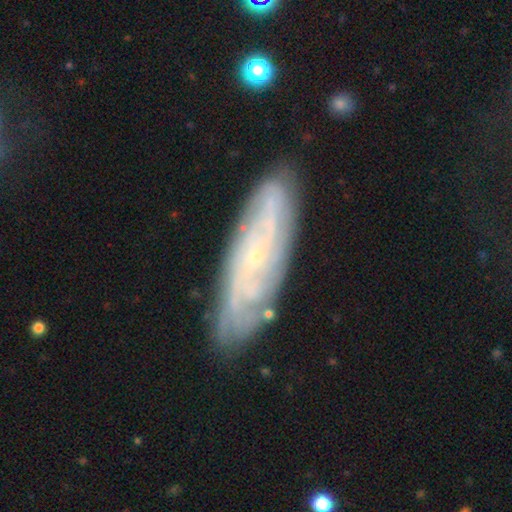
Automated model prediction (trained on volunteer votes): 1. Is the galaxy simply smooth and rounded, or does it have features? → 76% featured or disk, 17% smooth, 7% star or artifact.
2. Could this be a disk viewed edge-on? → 80% no, 20% yes.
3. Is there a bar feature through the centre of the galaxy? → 75% no, 20% weak, 5% strong.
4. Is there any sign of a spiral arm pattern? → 90% yes, 10% no.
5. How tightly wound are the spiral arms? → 66% tight, 26% medium, 8% loose.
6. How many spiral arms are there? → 54% can't tell, 16% 2, 10% 4, 10% 3, 6% more than 4, 5% 1.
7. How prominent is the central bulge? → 85% small, 10% moderate, 3% none, 1% large, 1% dominant.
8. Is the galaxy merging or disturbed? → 80% none, 14% minor disturbance, 3% major disturbance, 2% merger.